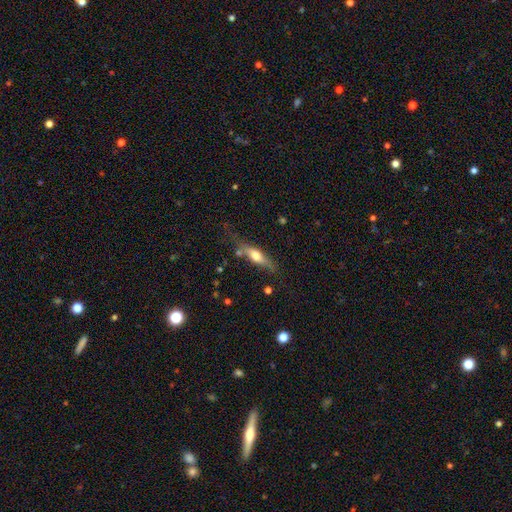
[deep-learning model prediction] Smooth or featured? Predicted: smooth (p=0.49). Merging? Predicted: none (p=0.64).